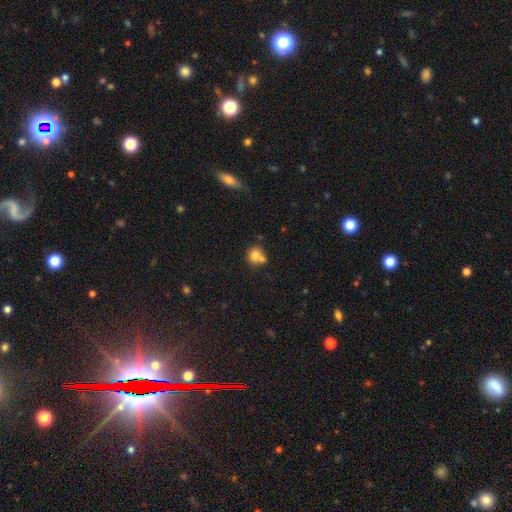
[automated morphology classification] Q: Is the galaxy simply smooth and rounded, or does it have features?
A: smooth — 77%.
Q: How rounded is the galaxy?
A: round — 80%.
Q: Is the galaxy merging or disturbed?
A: none — 43%.